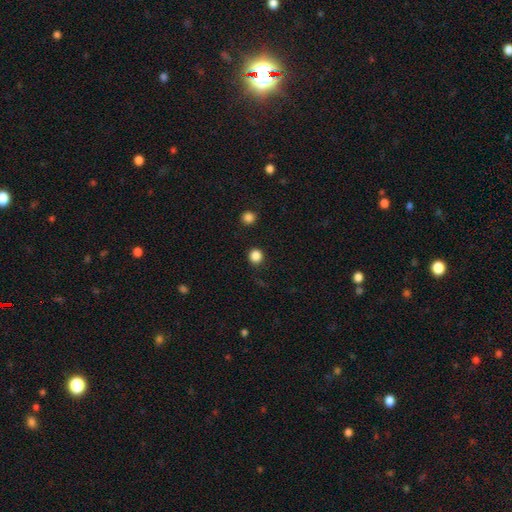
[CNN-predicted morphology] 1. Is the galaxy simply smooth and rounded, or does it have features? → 86% smooth, 11% star or artifact, 3% featured or disk.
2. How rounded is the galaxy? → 91% round, 8% in between, 1% cigar-shaped.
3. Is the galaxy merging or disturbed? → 90% none, 6% minor disturbance, 2% major disturbance, 2% merger.